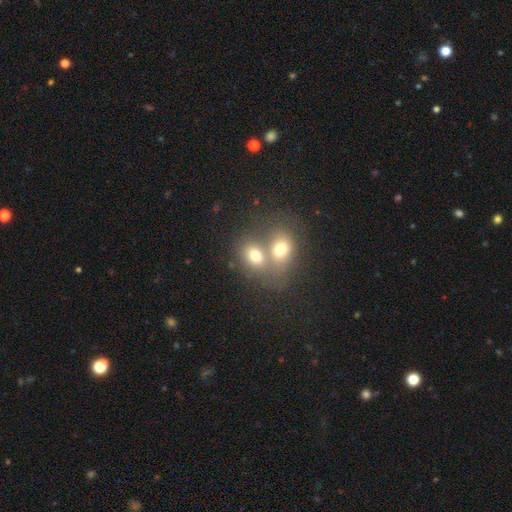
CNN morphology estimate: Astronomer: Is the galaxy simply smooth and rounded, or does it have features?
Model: smooth — 69%.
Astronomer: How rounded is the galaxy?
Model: in between — 57% (runner-up: round, 42%).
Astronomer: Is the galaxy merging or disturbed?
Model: merger — 67%.